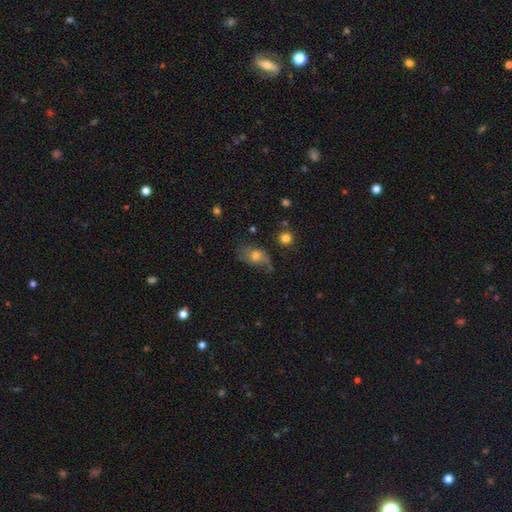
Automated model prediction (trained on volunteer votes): A smooth galaxy with no disk features (59%) that is in between round and cigar-shaped (81%).

Vote fractions:
- Smooth or featured? smooth: 59% / featured or disk: 30% / star or artifact: 11%
- How rounded? in between: 81% / round: 17% / cigar-shaped: 3%
- Merging? none: 46% / minor disturbance: 31% / major disturbance: 20% / merger: 3%